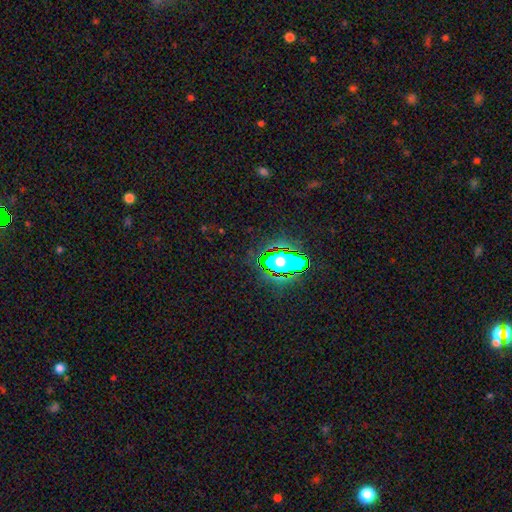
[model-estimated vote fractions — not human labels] This is likely a star or artifact rather than a galaxy (79%).